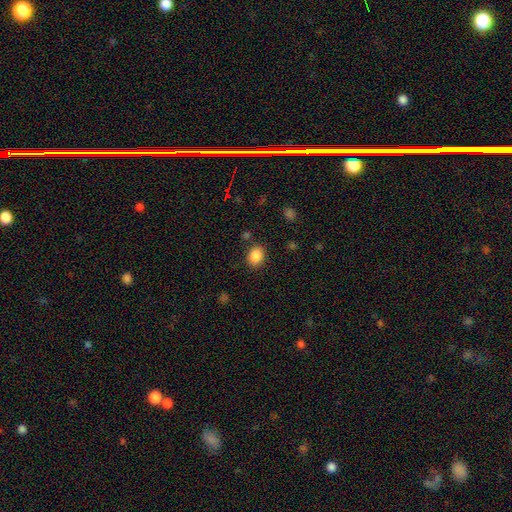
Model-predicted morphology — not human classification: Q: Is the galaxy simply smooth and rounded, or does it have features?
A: smooth — 87%.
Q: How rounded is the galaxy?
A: round — 55%.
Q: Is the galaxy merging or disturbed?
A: none — 85%.